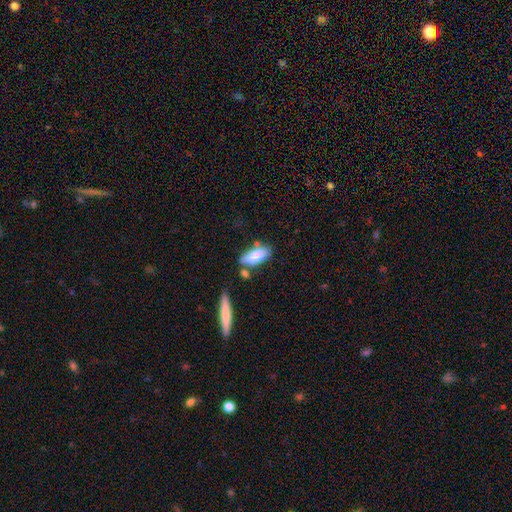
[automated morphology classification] smooth 81%, featured or disk 13%, star or artifact 6%. Down the decision tree: how rounded — in between (77%); merging — none (61%).